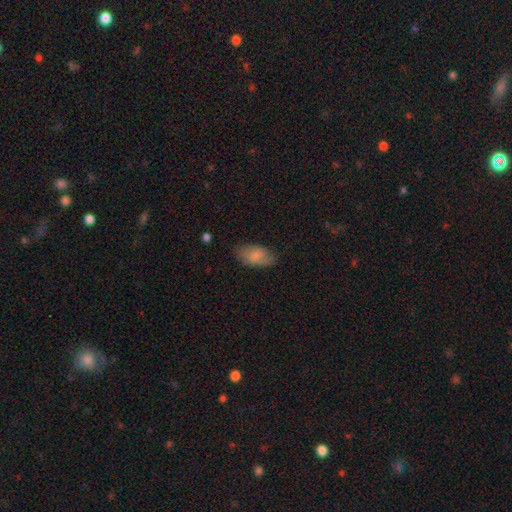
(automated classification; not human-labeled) Overall: smooth (81%). How rounded: in between (94%). Merging: none (76%).